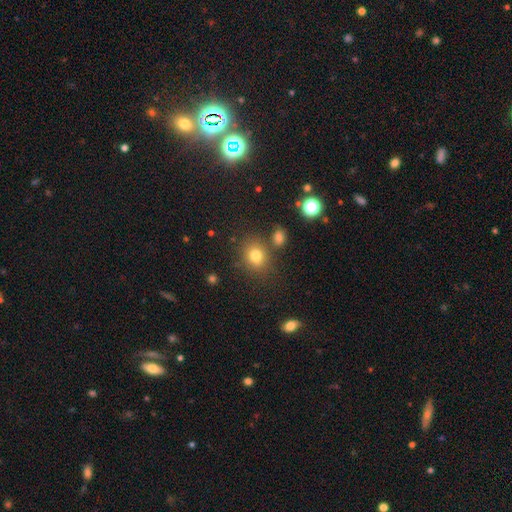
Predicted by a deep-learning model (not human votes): This appears to be a smooth galaxy with no disk features (77%) that is round (68%). Merging: none (75%).